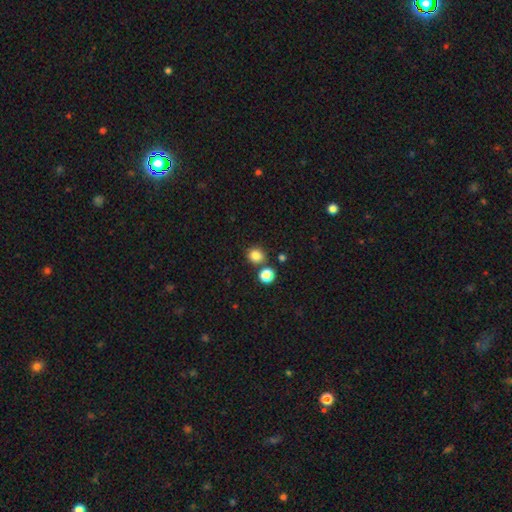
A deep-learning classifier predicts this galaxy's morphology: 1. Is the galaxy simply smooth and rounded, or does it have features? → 83% smooth, 12% star or artifact, 5% featured or disk.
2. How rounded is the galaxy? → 84% round, 15% in between, 1% cigar-shaped.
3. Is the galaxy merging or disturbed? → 77% none, 11% merger, 9% minor disturbance, 3% major disturbance.